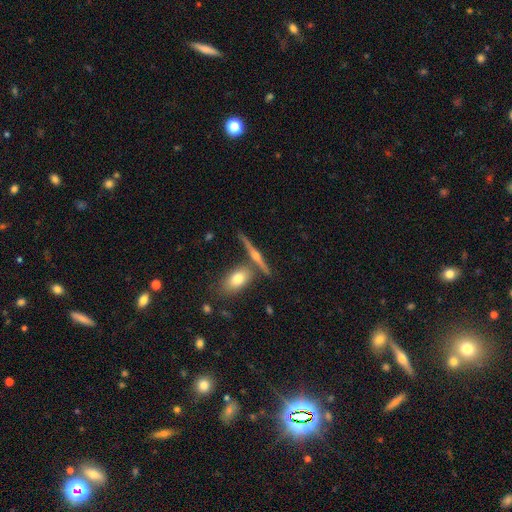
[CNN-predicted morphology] type=featured or disk (72%); edge-on=yes (96%); edge-on bulge=rounded (92%); merging=none (75%).